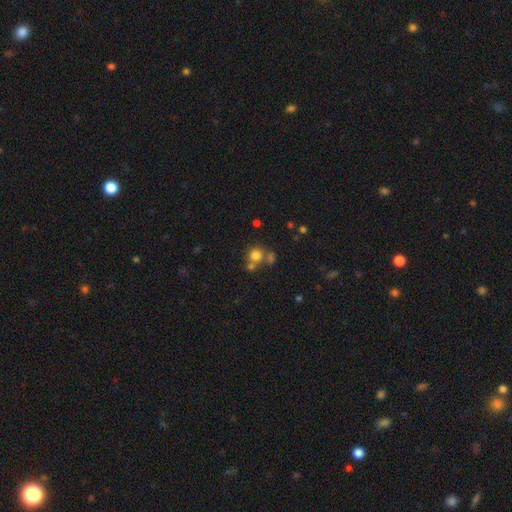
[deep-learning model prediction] Smooth or featured: smooth — 75% (star or artifact — 15%)
How rounded: round — 87% (in between — 12%)
Merging: none — 55% (merger — 31%)